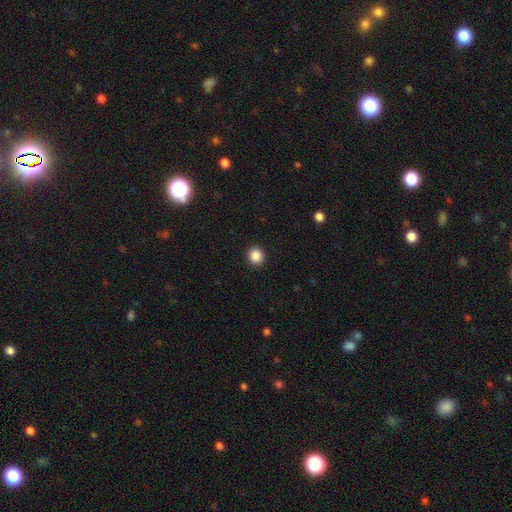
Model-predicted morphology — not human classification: smooth-or-featured: smooth: 87% | star or artifact: 10% | featured or disk: 3%
  how-rounded: round: 86% | in between: 14% | cigar-shaped: 1%
  merging: none: 92% | minor disturbance: 5% | major disturbance: 2% | merger: 1%